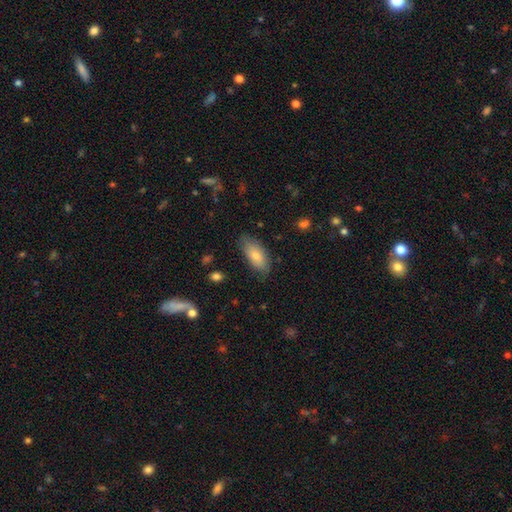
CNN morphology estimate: A smooth galaxy with no disk features (78%) that is in between round and cigar-shaped (87%). Merging: none (76%).